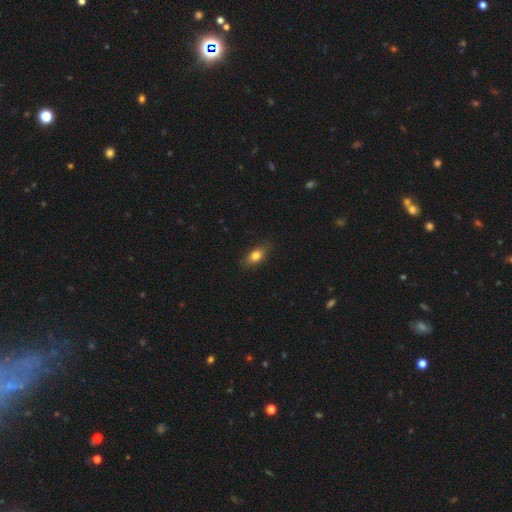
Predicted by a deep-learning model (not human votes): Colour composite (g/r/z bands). It shows a smooth galaxy with no disk features (76%) that is in between round and cigar-shaped (80%). Merging: none (82%).